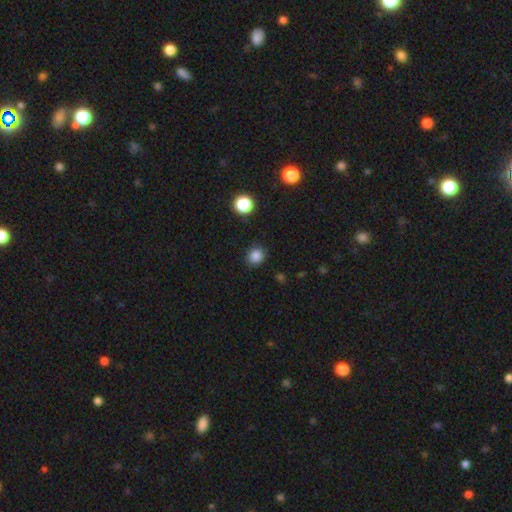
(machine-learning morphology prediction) smooth 85%, star or artifact 12%, featured or disk 3%. Down the decision tree: how rounded — round (83%); merging — none (89%).